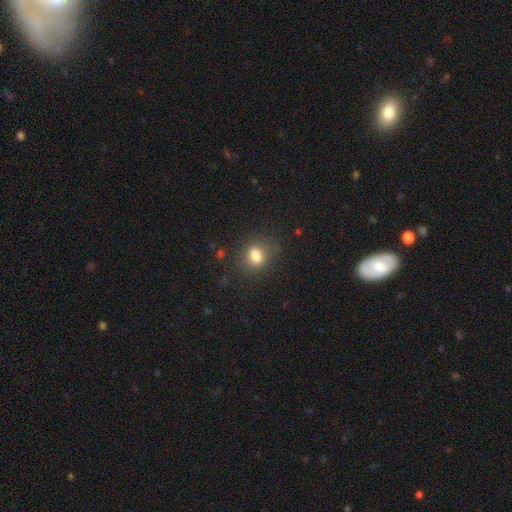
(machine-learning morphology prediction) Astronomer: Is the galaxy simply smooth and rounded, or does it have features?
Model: smooth — 79%.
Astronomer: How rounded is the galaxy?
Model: in between — 60% (runner-up: round, 38%).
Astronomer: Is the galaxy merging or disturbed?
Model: none — 81%.